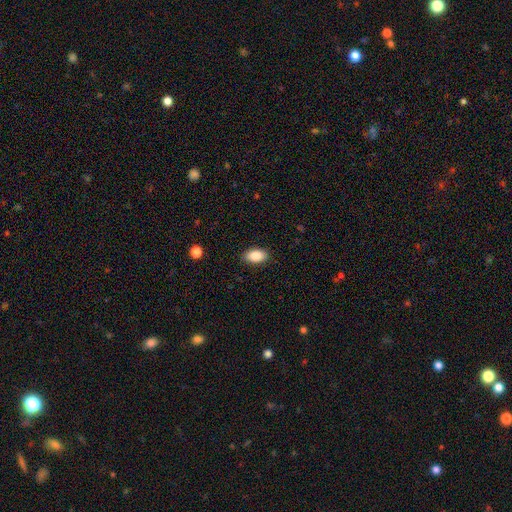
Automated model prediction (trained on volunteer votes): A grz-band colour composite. It shows a smooth galaxy with no disk features (89%) that is in between round and cigar-shaped (93%). Merging: none (87%).